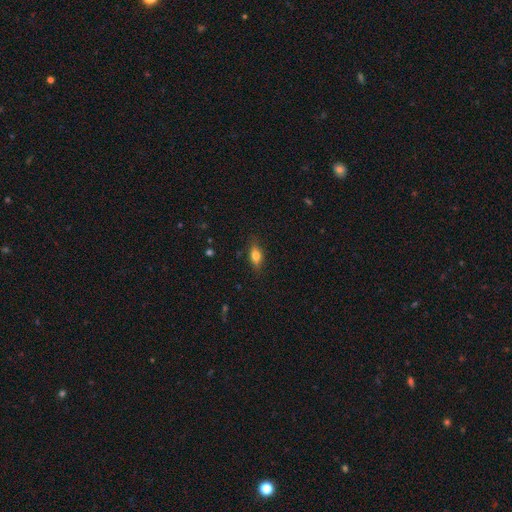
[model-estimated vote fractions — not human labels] Smooth or featured: smooth — 71% (featured or disk — 21%)
How rounded: in between — 76% (cigar-shaped — 17%)
Merging: none — 83% (minor disturbance — 13%)